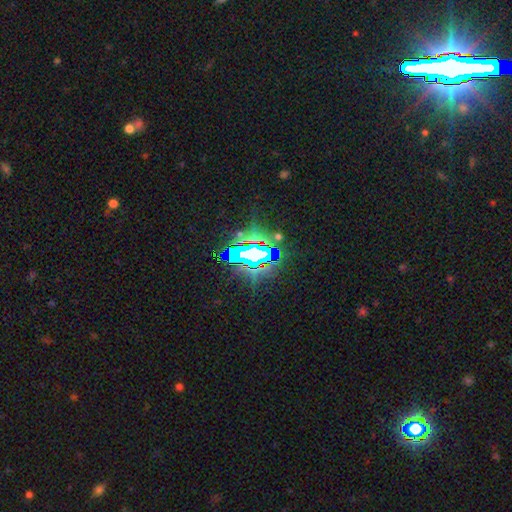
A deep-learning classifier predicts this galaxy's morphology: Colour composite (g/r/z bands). It shows a star or artifact, not a galaxy (70%).